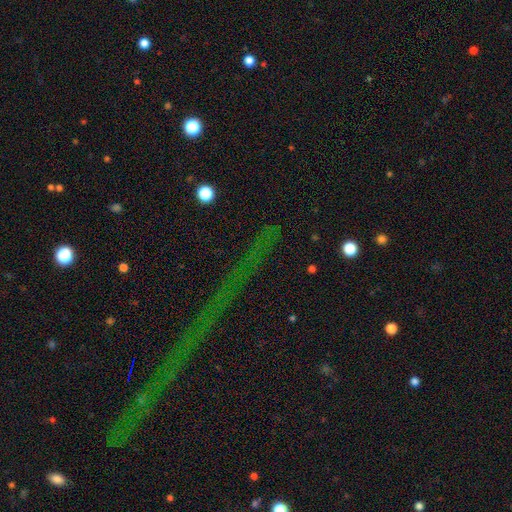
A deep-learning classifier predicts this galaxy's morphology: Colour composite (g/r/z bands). It shows a star or artifact, not a galaxy (76%).